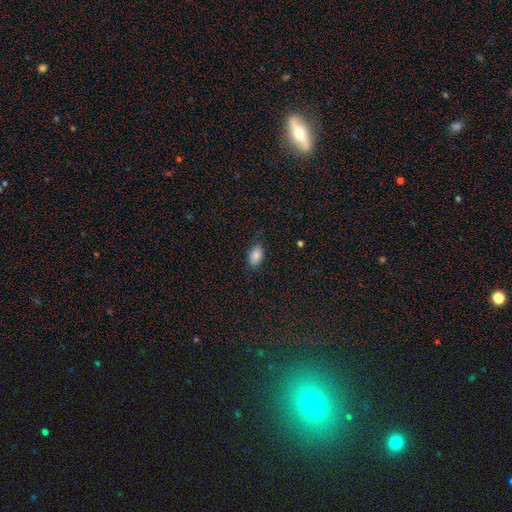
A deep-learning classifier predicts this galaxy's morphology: smooth 85%, star or artifact 8%, featured or disk 6%. Down the decision tree: how rounded — in between (90%); merging — none (76%).